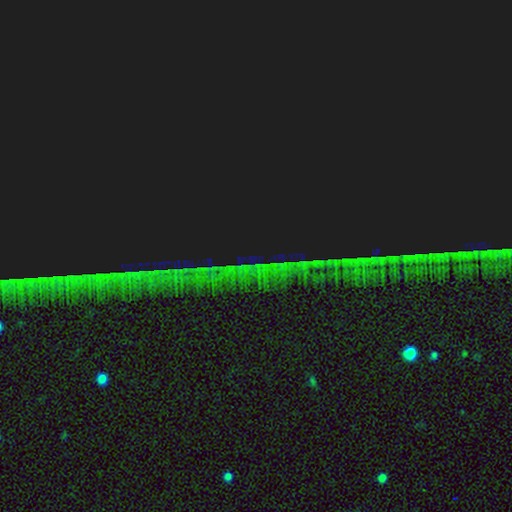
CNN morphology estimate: Q: Smooth or featured?
A: star or artifact (85%); runner-up: featured or disk (8%)